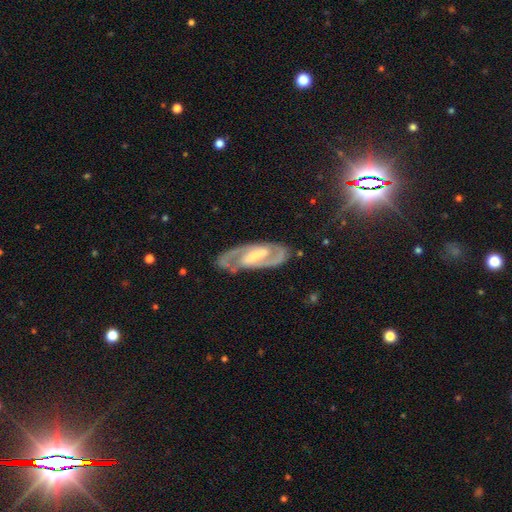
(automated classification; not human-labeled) Smooth or featured? featured or disk (88%)
Edge-on disk? no (94%)
Bar? strong (53%)
Spiral arms? yes (94%)
Spiral winding? medium (52%)
Spiral arm count? 2 (91%)
Bulge size? moderate (35%)
Merging? none (79%)